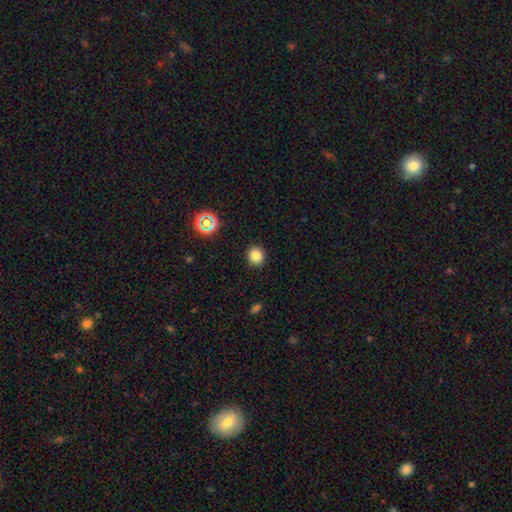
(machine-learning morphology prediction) Overall: smooth (82%). How rounded: round (86%). Merging: none (90%).